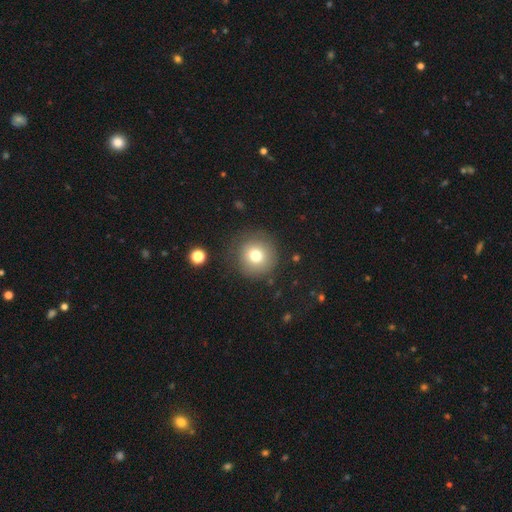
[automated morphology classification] The model was most divided on "smooth or featured": smooth: 75%, featured or disk: 13%, star or artifact: 12%. More confident: how rounded — round (95%); merging — none (82%).